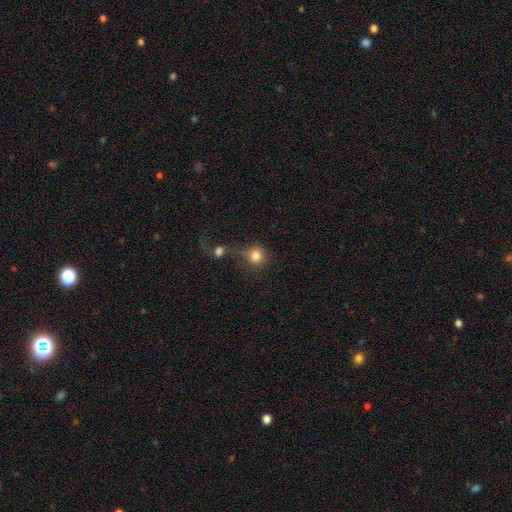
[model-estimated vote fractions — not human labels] This is clearly a smooth galaxy (82%). How rounded: clearly round (88%). Merging: possibly none (48%).